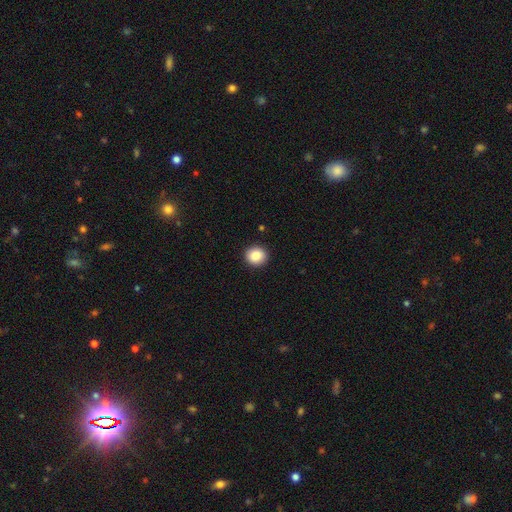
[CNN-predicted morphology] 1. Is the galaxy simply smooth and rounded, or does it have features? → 88% smooth, 8% star or artifact, 4% featured or disk.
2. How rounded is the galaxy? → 84% round, 15% in between, 1% cigar-shaped.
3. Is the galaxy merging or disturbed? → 91% none, 6% minor disturbance, 2% major disturbance, 1% merger.